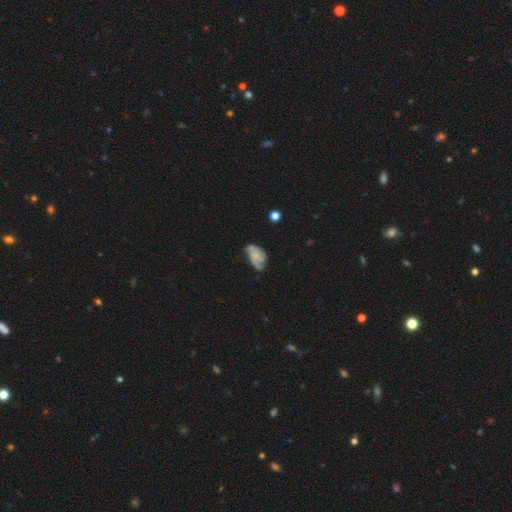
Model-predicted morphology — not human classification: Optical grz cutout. It shows a featured or disk galaxy (68%) with no bar (64%), 2 (49%) medium (44%) spiral arms (90%) and a small central bulge (47%). Merging: none (50%).